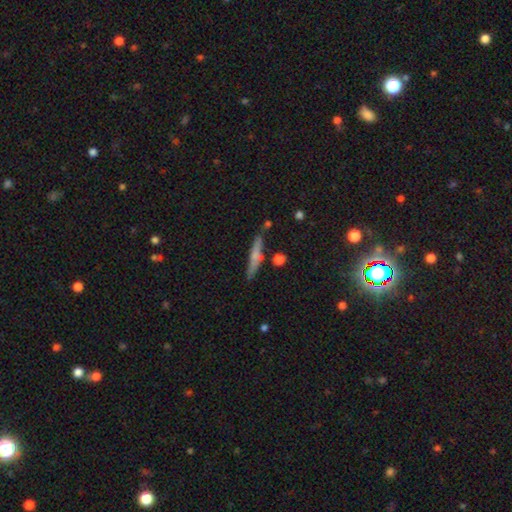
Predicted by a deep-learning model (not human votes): Smooth or featured? smooth (59%)
How rounded? cigar-shaped (89%)
Merging? none (76%)